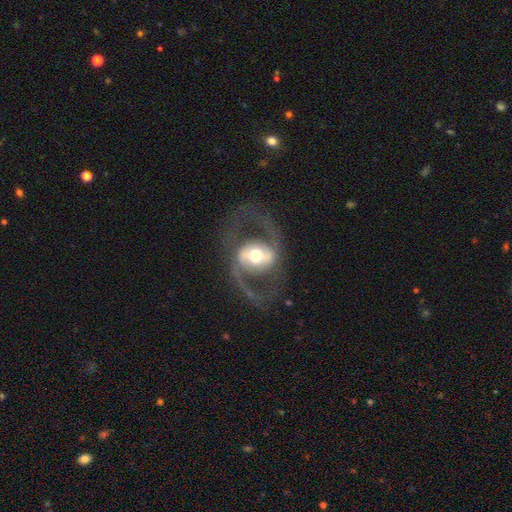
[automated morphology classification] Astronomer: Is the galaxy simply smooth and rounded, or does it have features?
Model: featured or disk — 84%.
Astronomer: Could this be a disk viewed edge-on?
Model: no — 96%.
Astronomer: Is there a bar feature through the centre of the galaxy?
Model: strong — 37% (runner-up: no, 32%).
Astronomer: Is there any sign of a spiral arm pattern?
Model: yes — 83%.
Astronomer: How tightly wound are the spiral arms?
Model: medium — 51% (runner-up: loose, 37%).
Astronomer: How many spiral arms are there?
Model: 2 — 92%.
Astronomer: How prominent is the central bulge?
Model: moderate — 64%.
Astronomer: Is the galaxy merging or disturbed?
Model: none — 74%.